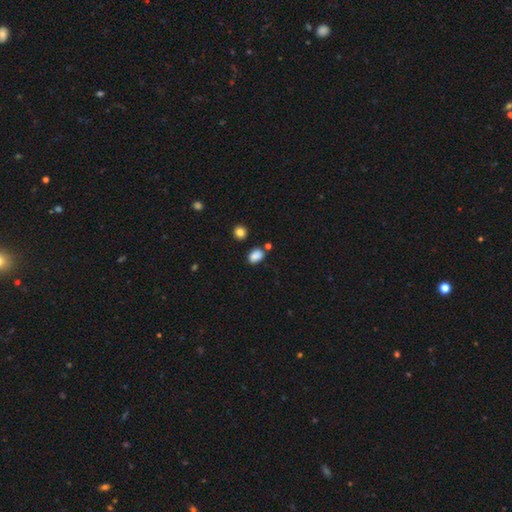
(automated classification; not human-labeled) smooth-or-featured: smooth: 85% | star or artifact: 10% | featured or disk: 4%
  how-rounded: in between: 77% | round: 22% | cigar-shaped: 1%
  merging: none: 74% | minor disturbance: 15% | merger: 7% | major disturbance: 4%